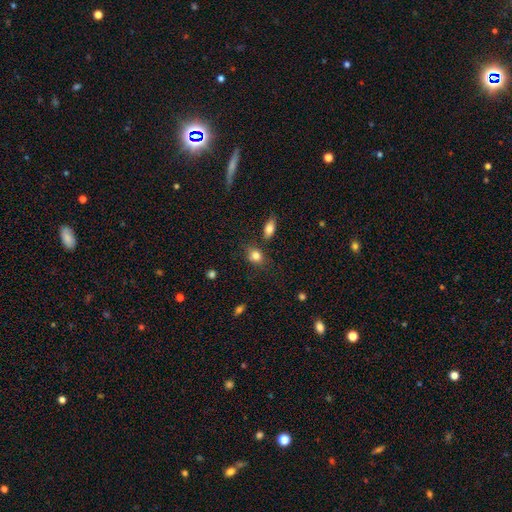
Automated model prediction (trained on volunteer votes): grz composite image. It shows a smooth galaxy with no disk features (83%) that is in between round and cigar-shaped (56%). Merging: none (72%).